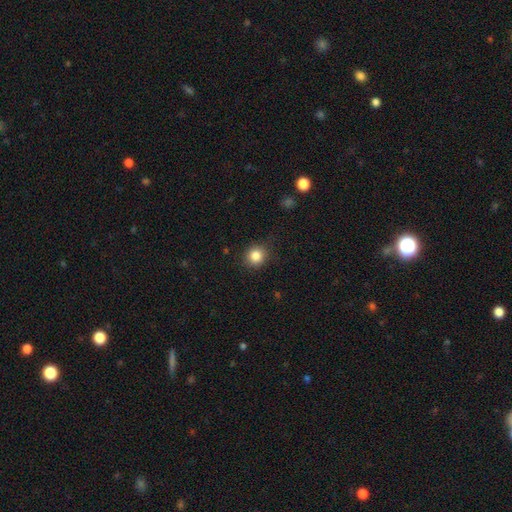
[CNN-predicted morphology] Q: Smooth or featured?
A: smooth (85%); runner-up: star or artifact (11%)
Q: How rounded?
A: round (86%); runner-up: in between (13%)
Q: Merging?
A: none (86%); runner-up: minor disturbance (10%)